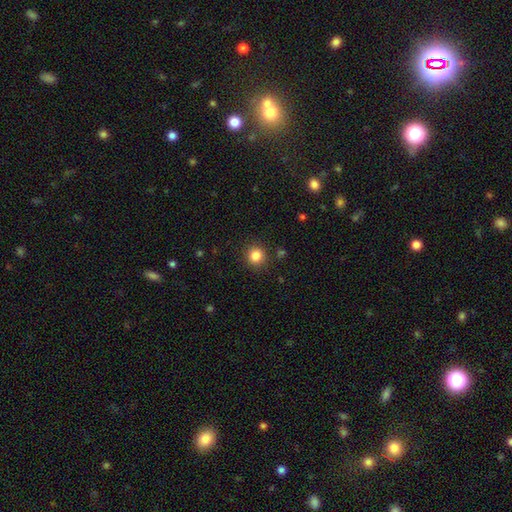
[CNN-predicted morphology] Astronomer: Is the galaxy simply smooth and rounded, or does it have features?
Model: smooth — 84%.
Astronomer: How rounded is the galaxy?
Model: round — 92%.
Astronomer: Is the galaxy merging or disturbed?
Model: none — 89%.